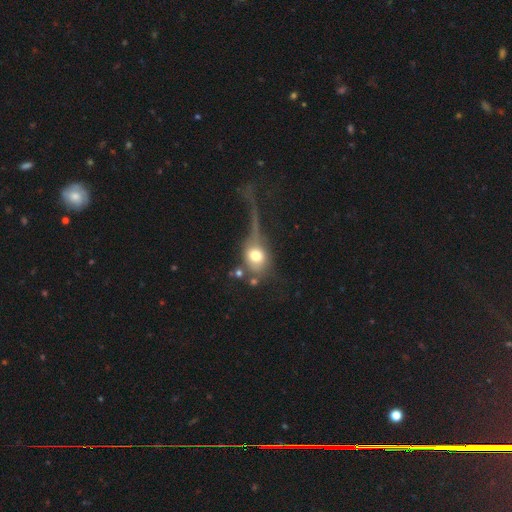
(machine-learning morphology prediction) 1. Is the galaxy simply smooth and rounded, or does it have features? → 64% smooth, 25% featured or disk, 12% star or artifact.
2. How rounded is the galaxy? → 50% round, 46% in between, 4% cigar-shaped.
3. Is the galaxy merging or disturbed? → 44% major disturbance, 27% none, 16% minor disturbance, 13% merger.